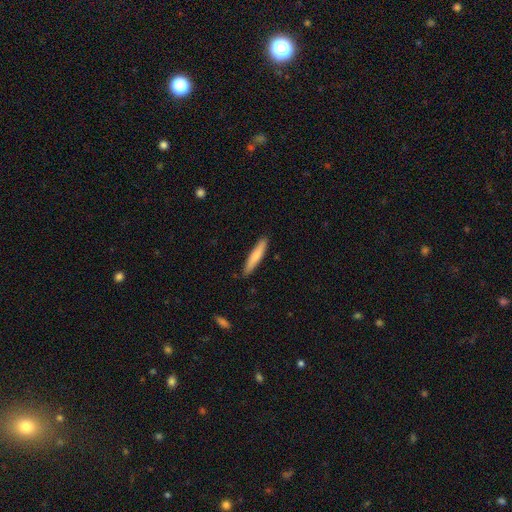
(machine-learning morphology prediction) type=smooth (74%); roundness=cigar-shaped (90%); merging=none (87%).